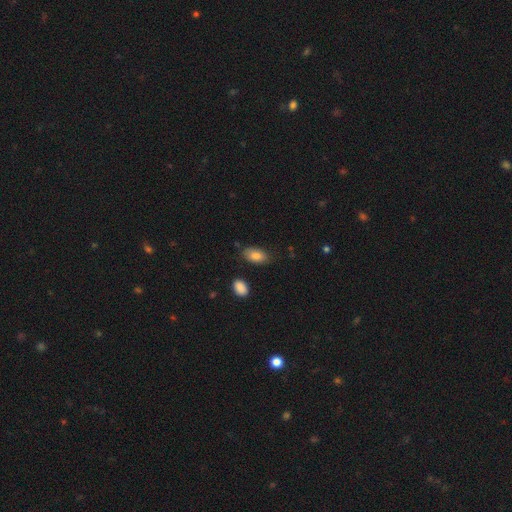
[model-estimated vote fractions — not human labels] A smooth galaxy with no disk features (84%) that is in between round and cigar-shaped (92%).

Vote fractions:
- Smooth or featured? smooth: 84% / featured or disk: 8% / star or artifact: 7%
- How rounded? in between: 92% / round: 5% / cigar-shaped: 3%
- Merging? none: 78% / minor disturbance: 15% / major disturbance: 3% / merger: 3%